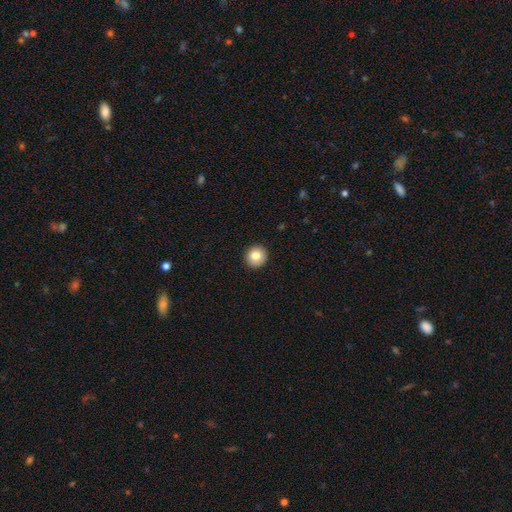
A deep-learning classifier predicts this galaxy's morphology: smooth 82%, featured or disk 10%, star or artifact 9%. Down the decision tree: how rounded — round (92%); merging — none (92%).